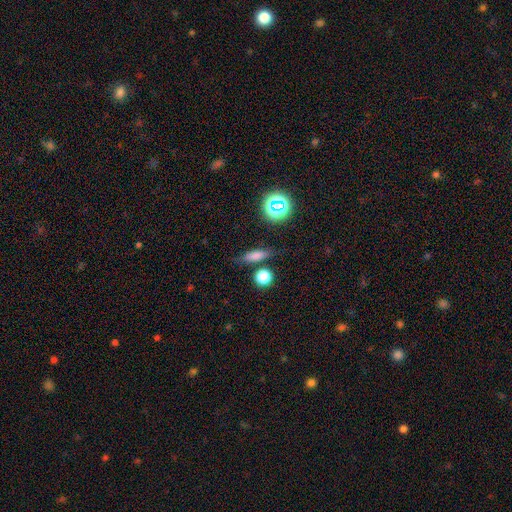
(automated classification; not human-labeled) smooth 72%, featured or disk 14%, star or artifact 14%. Down the decision tree: how rounded — cigar-shaped (55%); merging — none (79%).